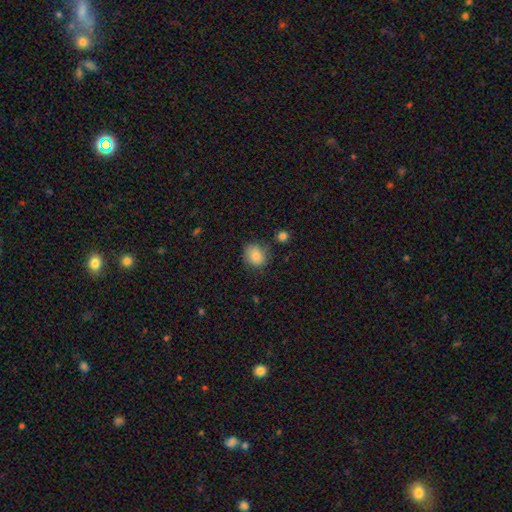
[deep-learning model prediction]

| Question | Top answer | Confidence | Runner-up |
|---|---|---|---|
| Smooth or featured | smooth | 86% | star or artifact (9%) |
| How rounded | round | 61% | in between (38%) |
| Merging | none | 74% | minor disturbance (19%) |